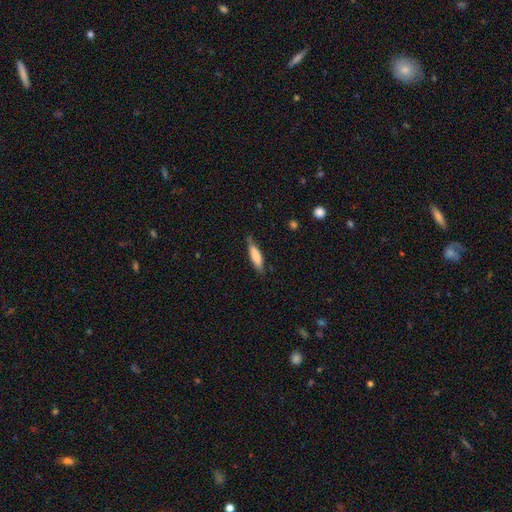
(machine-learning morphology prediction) Smooth or featured?
  - smooth: 77% *
  - featured or disk: 17%
  - star or artifact: 6%
How rounded?
  - cigar-shaped: 67% *
  - in between: 31%
  - round: 2%
Merging?
  - none: 72% *
  - minor disturbance: 23%
  - major disturbance: 4%
  - merger: 2%